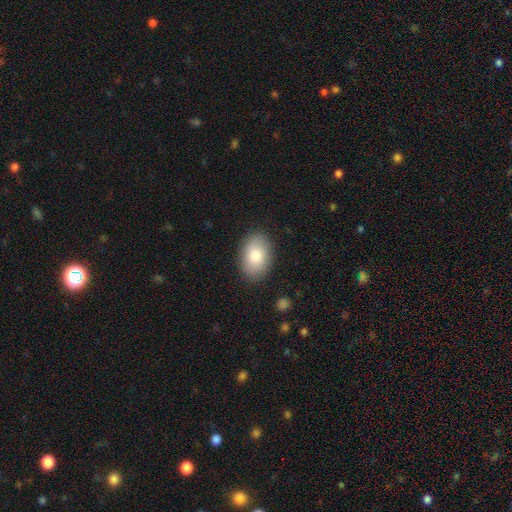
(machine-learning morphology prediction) smooth_or_featured: smooth (p=0.81) [alt: featured or disk p=0.13]
how_rounded: in between (p=0.88) [alt: round p=0.11]
merging: none (p=0.87) [alt: minor disturbance p=0.09]